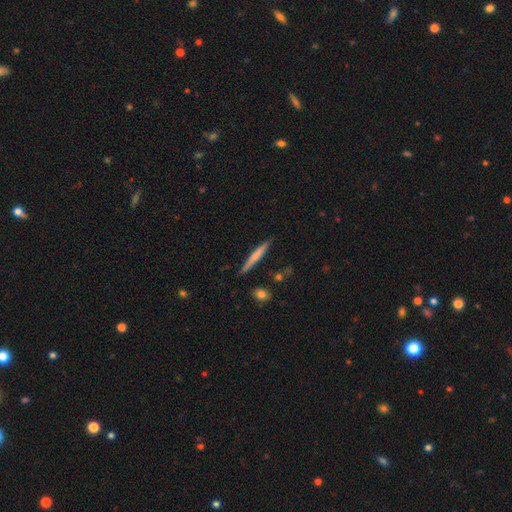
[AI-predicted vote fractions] A smooth galaxy with no disk features (59%) that is cigar-shaped (95%).

Vote fractions:
- Smooth or featured? smooth: 59% / featured or disk: 35% / star or artifact: 6%
- How rounded? cigar-shaped: 95% / in between: 3% / round: 2%
- Merging? none: 86% / minor disturbance: 10% / merger: 2% / major disturbance: 2%